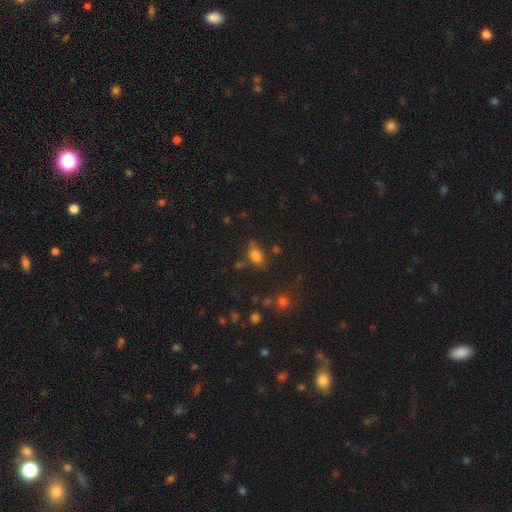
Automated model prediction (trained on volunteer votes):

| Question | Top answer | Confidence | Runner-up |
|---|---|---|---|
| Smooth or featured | smooth | 79% | star or artifact (14%) |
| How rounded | in between | 76% | round (22%) |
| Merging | none | 65% | minor disturbance (20%) |